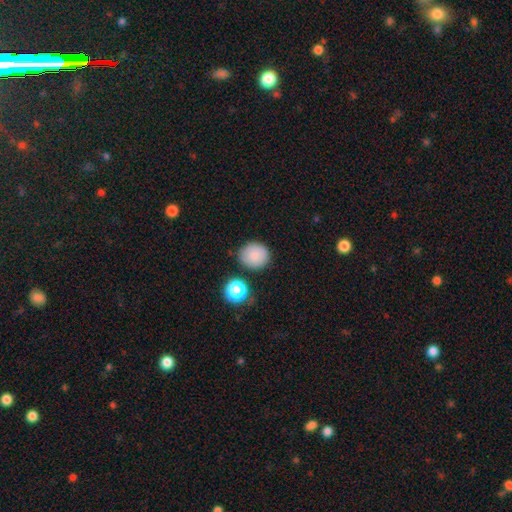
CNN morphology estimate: Overall: smooth (84%). How rounded: round (80%). Merging: none (81%).